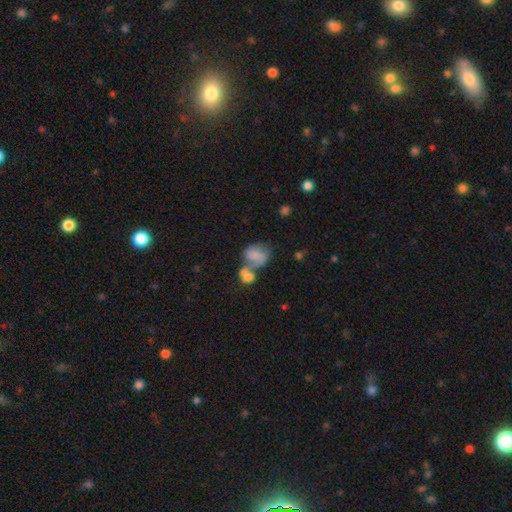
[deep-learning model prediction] smooth_or_featured: smooth (p=0.61) [alt: featured or disk p=0.29]
how_rounded: in between (p=0.60) [alt: round p=0.39]
merging: merger (p=0.51) [alt: none p=0.19]